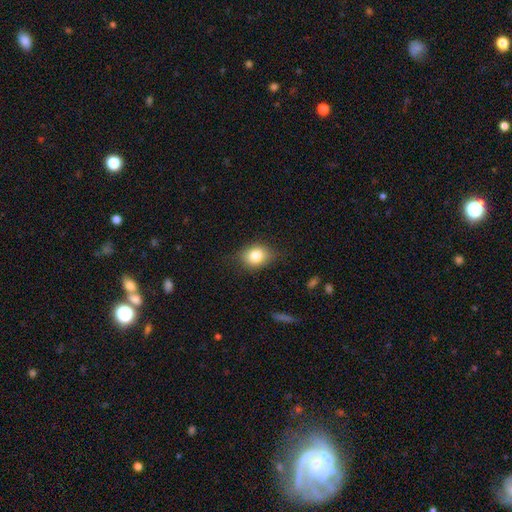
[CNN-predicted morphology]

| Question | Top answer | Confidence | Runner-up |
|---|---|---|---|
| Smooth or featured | smooth | 80% | featured or disk (11%) |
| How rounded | round | 51% | in between (48%) |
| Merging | none | 75% | minor disturbance (19%) |